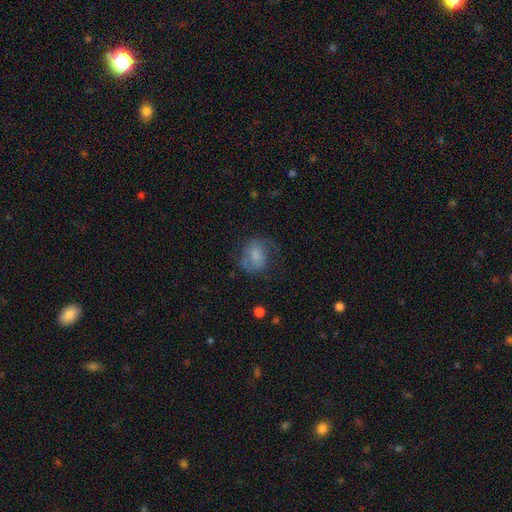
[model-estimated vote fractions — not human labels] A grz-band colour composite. It shows a smooth galaxy with no disk features (60%) that is round (58%). Merging: none (52%).